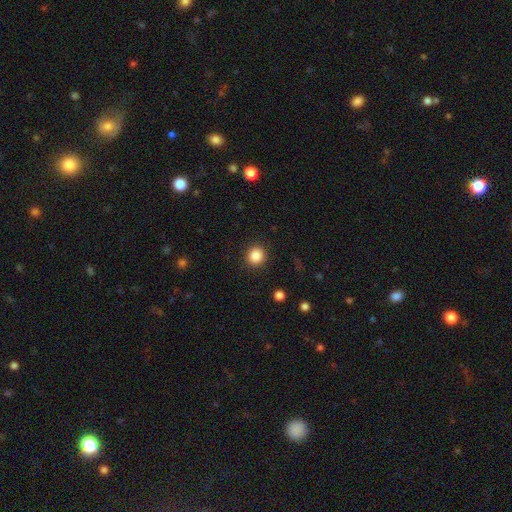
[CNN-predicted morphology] Q: Smooth or featured?
A: smooth (86%); runner-up: star or artifact (10%)
Q: How rounded?
A: round (90%); runner-up: in between (9%)
Q: Merging?
A: none (91%); runner-up: minor disturbance (6%)